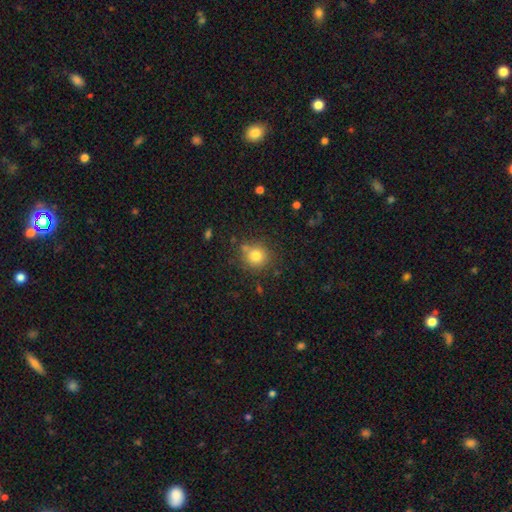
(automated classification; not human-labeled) Smooth or featured: smooth — 78% (star or artifact — 13%)
How rounded: round — 90% (in between — 9%)
Merging: none — 77% (minor disturbance — 12%)